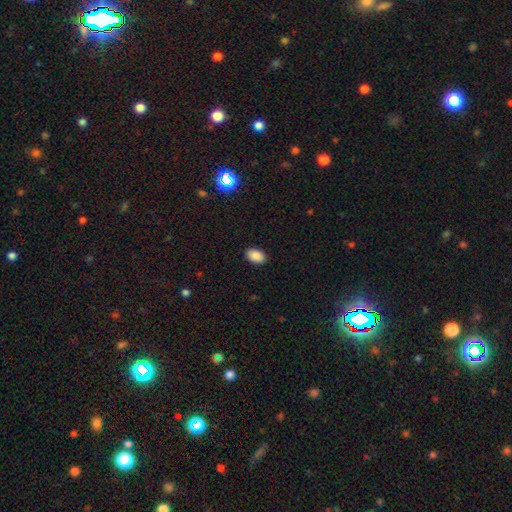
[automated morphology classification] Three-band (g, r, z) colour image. It shows a smooth galaxy with no disk features (89%) that is in between round and cigar-shaped (87%). Merging: none (89%).